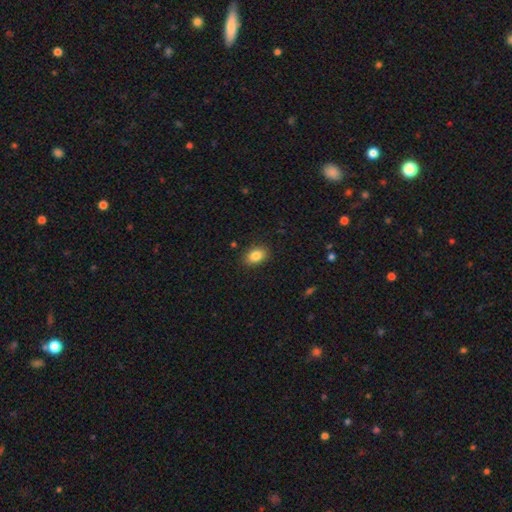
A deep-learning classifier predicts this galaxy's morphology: Smooth or featured?
  - smooth: 86% *
  - star or artifact: 9%
  - featured or disk: 6%
How rounded?
  - in between: 80% *
  - round: 19%
  - cigar-shaped: 1%
Merging?
  - none: 88% *
  - minor disturbance: 9%
  - major disturbance: 2%
  - merger: 1%